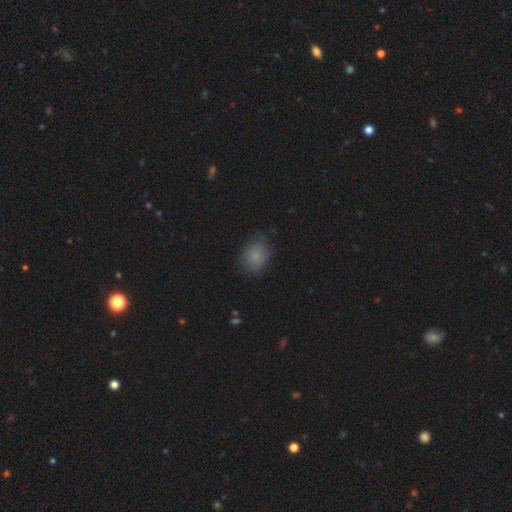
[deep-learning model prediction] This appears to be a smooth galaxy with no disk features (82%) that is round (53%). Merging: none (74%).